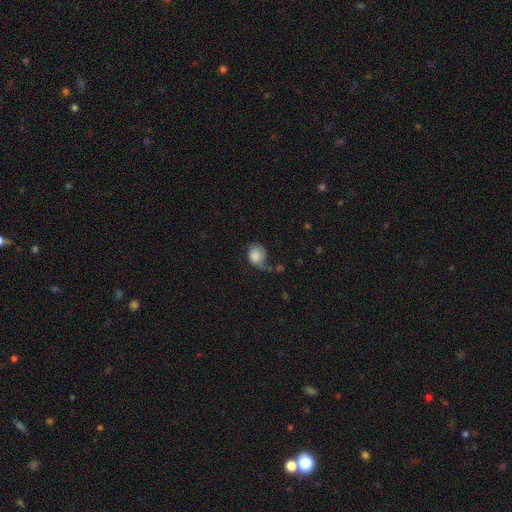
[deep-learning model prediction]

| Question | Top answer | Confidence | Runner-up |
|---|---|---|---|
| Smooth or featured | smooth | 80% | featured or disk (12%) |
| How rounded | round | 56% | in between (43%) |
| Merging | minor disturbance | 34% | none (33%) |